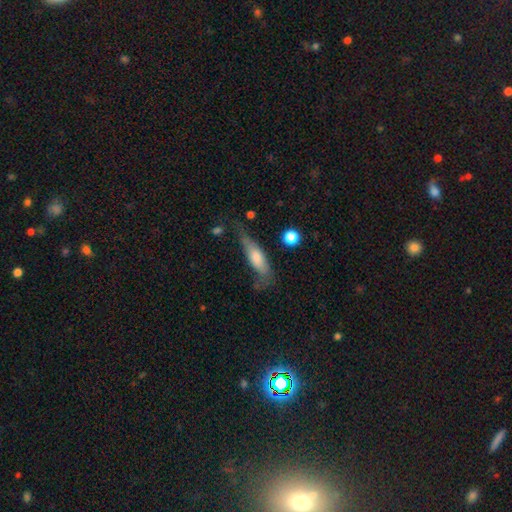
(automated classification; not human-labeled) Smooth or featured: featured or disk — 43% (tied with smooth — 43%)
Merging: none — 53% (minor disturbance — 27%)